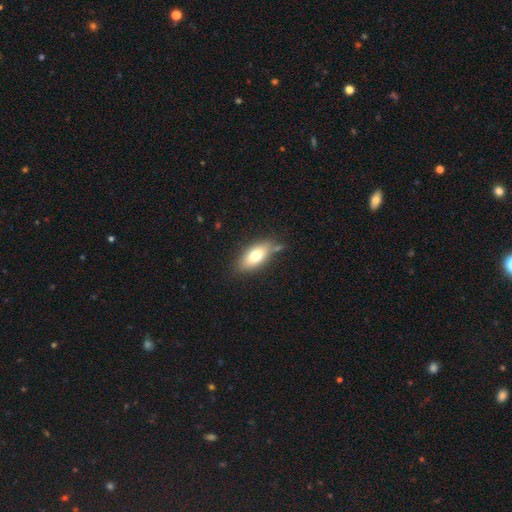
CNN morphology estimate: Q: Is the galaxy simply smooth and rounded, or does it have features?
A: smooth — 72%.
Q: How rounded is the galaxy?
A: in between — 85%.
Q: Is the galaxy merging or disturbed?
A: none — 72%.